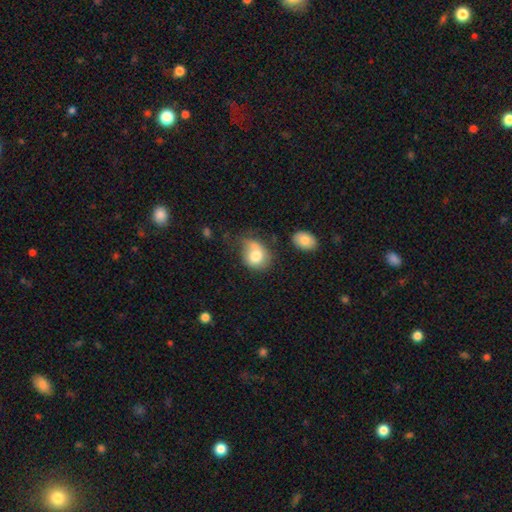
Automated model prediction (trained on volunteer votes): smooth-or-featured: smooth: 75% | featured or disk: 16% | star or artifact: 8%
  how-rounded: round: 58% | in between: 41% | cigar-shaped: 1%
  merging: none: 38% | minor disturbance: 33% | major disturbance: 20% | merger: 10%